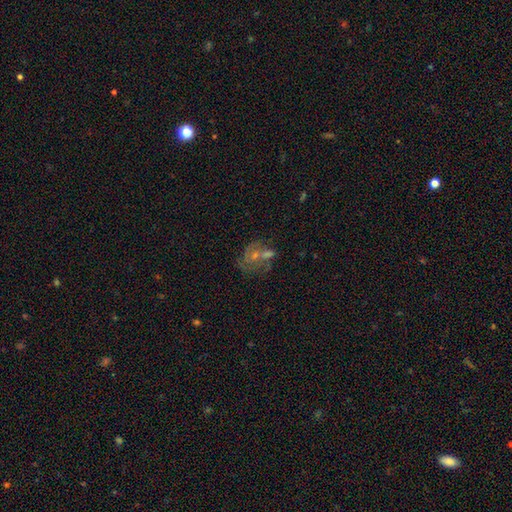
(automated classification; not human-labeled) Smooth or featured?
  - featured or disk: 56% *
  - smooth: 29%
  - star or artifact: 15%
Edge-on disk?
  - no: 97% *
  - yes: 3%
Bar?
  - no: 68% *
  - weak: 26%
  - strong: 6%
Spiral arms?
  - yes: 62% *
  - no: 38%
Bulge size?
  - small: 51% *
  - moderate: 34%
  - none: 10%
  - large: 3%
  - dominant: 2%
Merging?
  - none: 37% *
  - merger: 30%
  - major disturbance: 17%
  - minor disturbance: 16%